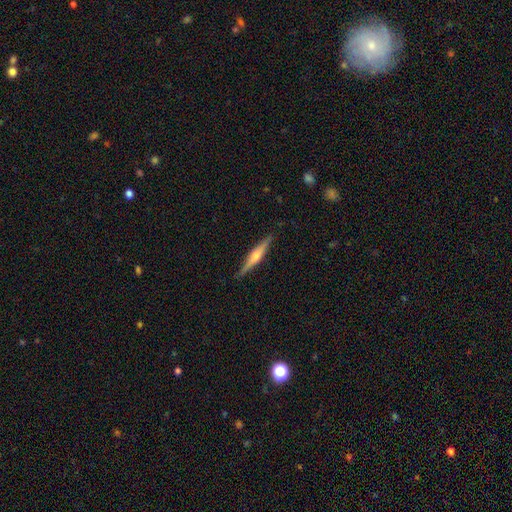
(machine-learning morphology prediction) smooth-or-featured: featured or disk: 69% | smooth: 26% | star or artifact: 6%
  disk-edge-on: yes: 98% | no: 2%
    edge-on-bulge: rounded: 85% | boxy: 9% | none: 6%
  merging: none: 89% | minor disturbance: 8% | major disturbance: 2% | merger: 1%